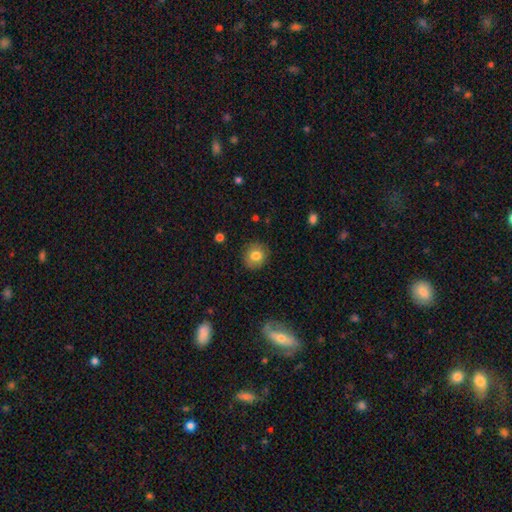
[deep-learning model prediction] smooth_or_featured: smooth (p=0.80) [alt: featured or disk p=0.11]
how_rounded: round (p=0.87) [alt: in between p=0.13]
merging: none (p=0.88) [alt: minor disturbance p=0.09]